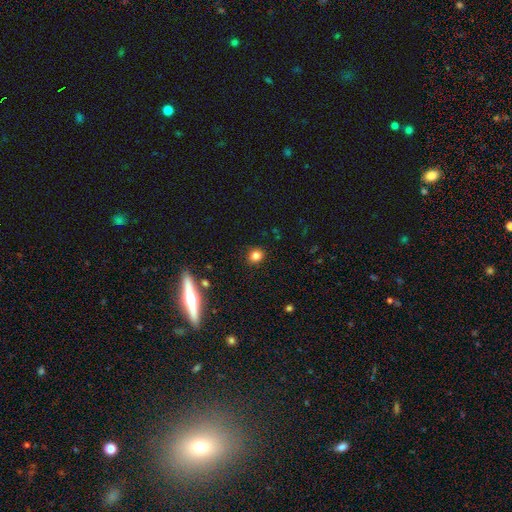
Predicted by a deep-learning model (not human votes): Overall: smooth (81%). How rounded: round (82%). Merging: none (89%).